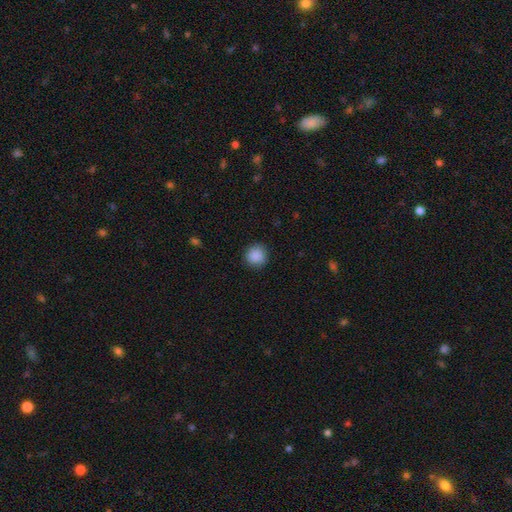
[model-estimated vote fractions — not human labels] Smooth or featured? Predicted: smooth (p=0.89). How rounded? Predicted: round (p=0.92). Merging? Predicted: none (p=0.89).